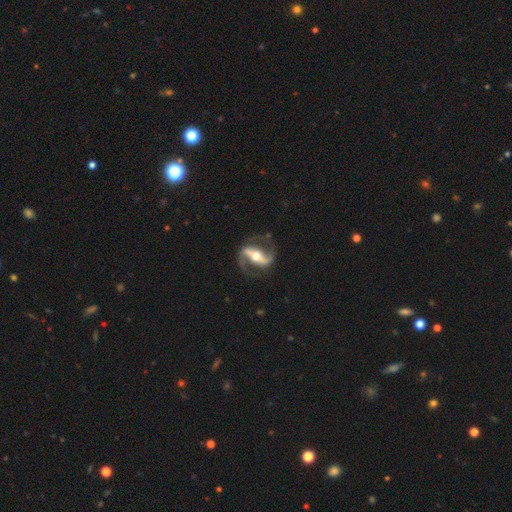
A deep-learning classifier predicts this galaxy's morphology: Q: Smooth or featured?
A: featured or disk (90%); runner-up: smooth (6%)
Q: Edge-on disk?
A: no (94%); runner-up: yes (6%)
Q: Bar?
A: strong (63%); runner-up: weak (21%)
Q: Spiral arms?
A: yes (96%); runner-up: no (4%)
Q: Spiral winding?
A: medium (47%); runner-up: loose (38%)
Q: Spiral arm count?
A: 2 (93%); runner-up: 1 (2%)
Q: Bulge size?
A: moderate (68%); runner-up: small (20%)
Q: Merging?
A: none (79%); runner-up: minor disturbance (12%)